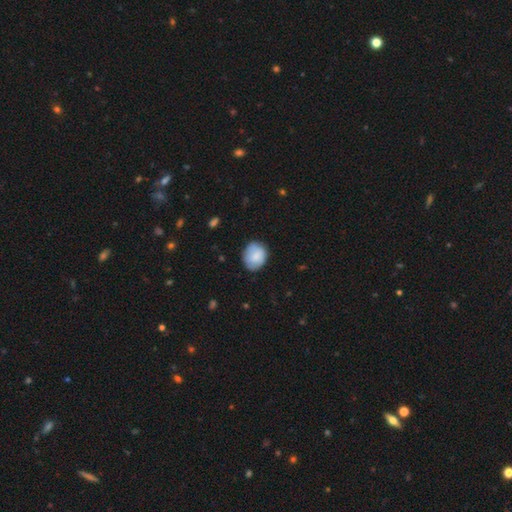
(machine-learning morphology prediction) A smooth galaxy with no disk features (80%) that is round (63%). Merging: none (76%).